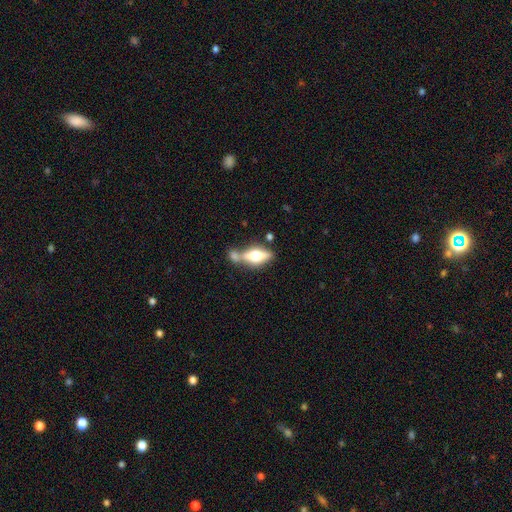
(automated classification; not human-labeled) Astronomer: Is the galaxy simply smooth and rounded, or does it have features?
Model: featured or disk — 48% (runner-up: smooth, 44%).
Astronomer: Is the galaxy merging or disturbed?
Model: none — 49% (runner-up: merger, 32%).